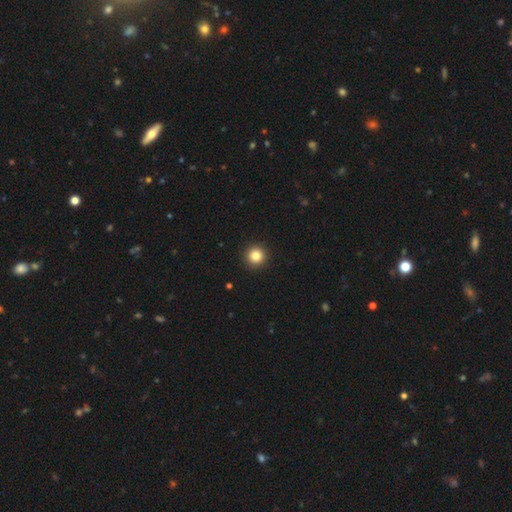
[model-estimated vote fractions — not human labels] smooth-or-featured: smooth: 84% | star or artifact: 11% | featured or disk: 5%
  how-rounded: round: 96% | in between: 4% | cigar-shaped: 1%
  merging: none: 93% | minor disturbance: 5% | major disturbance: 2% | merger: 1%